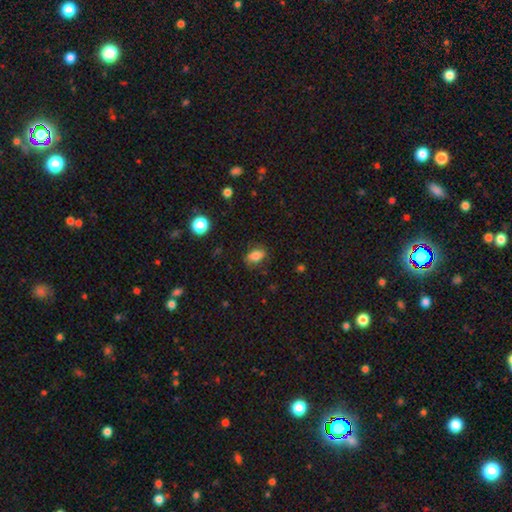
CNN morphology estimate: smooth_or_featured: smooth (p=0.80) [alt: featured or disk p=0.10]
how_rounded: in between (p=0.80) [alt: round p=0.18]
merging: none (p=0.78) [alt: minor disturbance p=0.16]